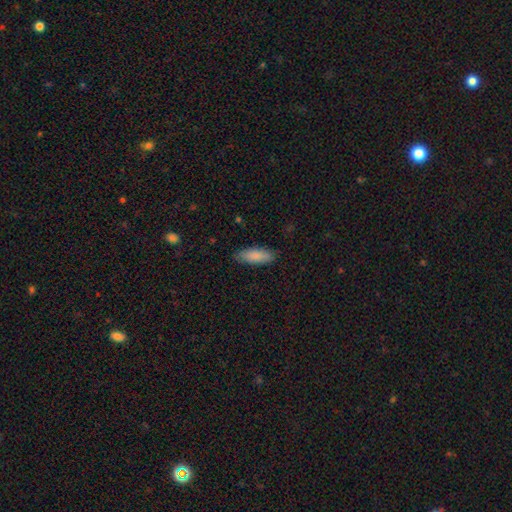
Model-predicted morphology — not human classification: A smooth galaxy with no disk features (88%) that is in between round and cigar-shaped (67%).

Vote fractions:
- Smooth or featured? smooth: 88% / featured or disk: 7% / star or artifact: 6%
- How rounded? in between: 67% / cigar-shaped: 31% / round: 2%
- Merging? none: 86% / minor disturbance: 11% / major disturbance: 2% / merger: 1%